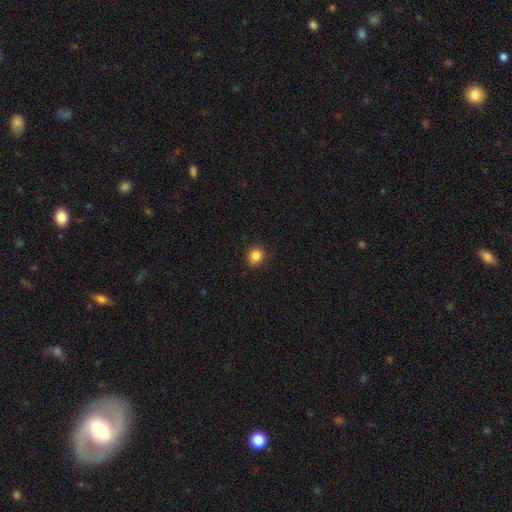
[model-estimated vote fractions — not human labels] Smooth or featured: smooth — 85% (star or artifact — 11%)
How rounded: round — 79% (in between — 20%)
Merging: none — 84% (minor disturbance — 13%)